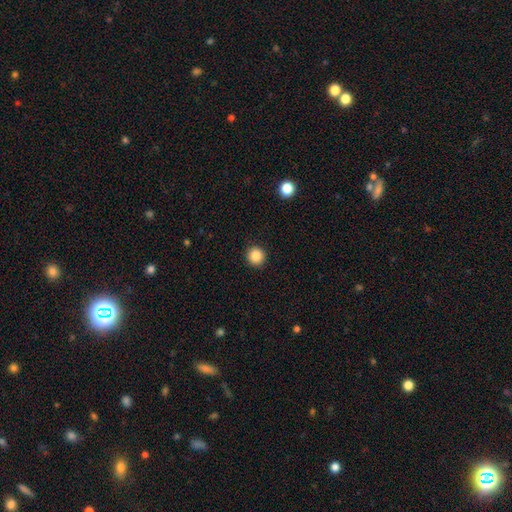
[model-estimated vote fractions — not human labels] smooth 86%, star or artifact 10%, featured or disk 4%. Down the decision tree: how rounded — round (94%); merging — none (92%).